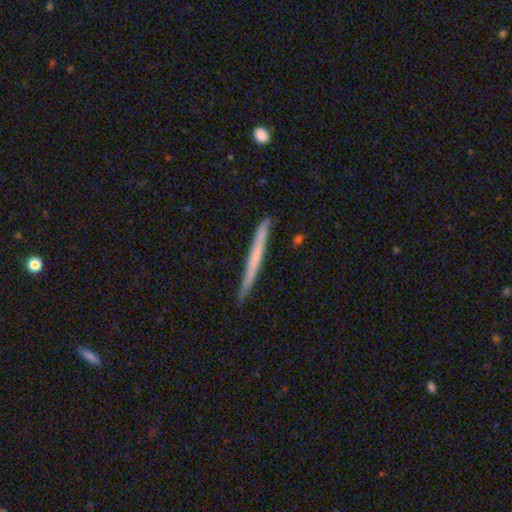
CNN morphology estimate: smooth_or_featured: smooth (p=0.52) [alt: featured or disk p=0.43]
how_rounded: cigar-shaped (p=0.97) [alt: in between p=0.02]
merging: none (p=0.89) [alt: minor disturbance p=0.08]